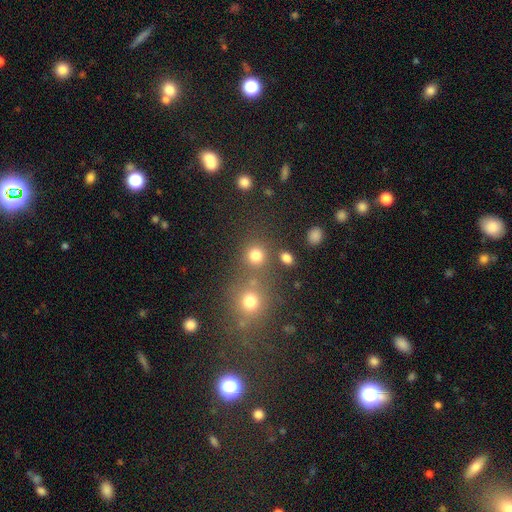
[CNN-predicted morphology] Q: Smooth or featured?
A: smooth (80%); runner-up: star or artifact (15%)
Q: How rounded?
A: round (86%); runner-up: in between (13%)
Q: Merging?
A: none (69%); runner-up: merger (18%)